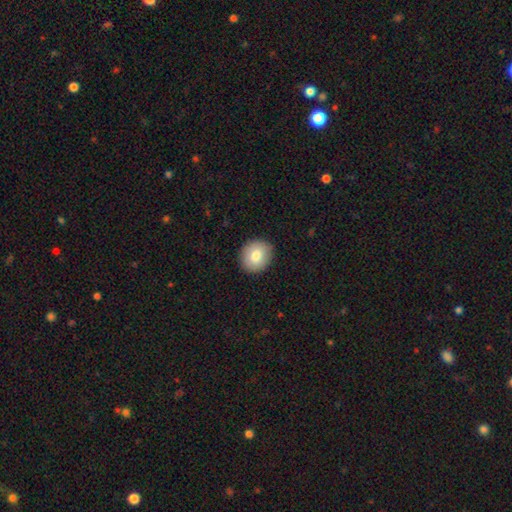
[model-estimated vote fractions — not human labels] A smooth galaxy with no disk features (81%) that is round (76%). Merging: none (89%).